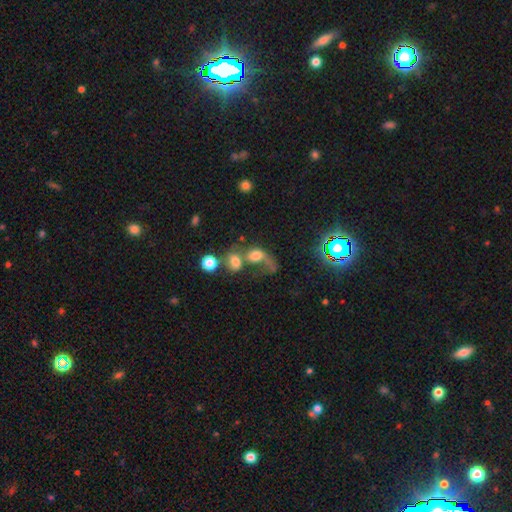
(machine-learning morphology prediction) Overall: smooth (52%; featured or disk 32%). How rounded: in between (56%; round 41%). Merging: merger (57%; major disturbance 22%).